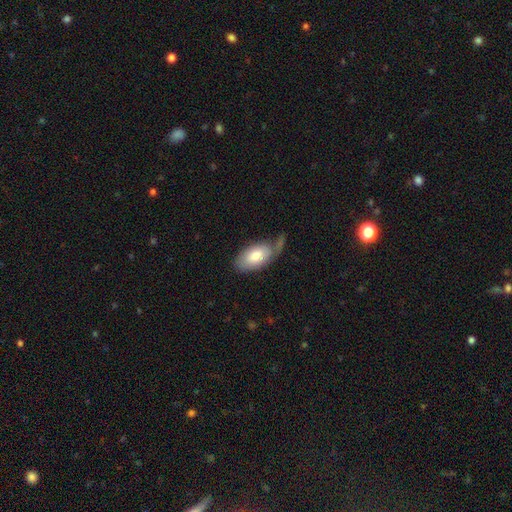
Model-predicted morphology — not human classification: A smooth galaxy with no disk features (75%) that is in between round and cigar-shaped (94%). Merging: none (43%).